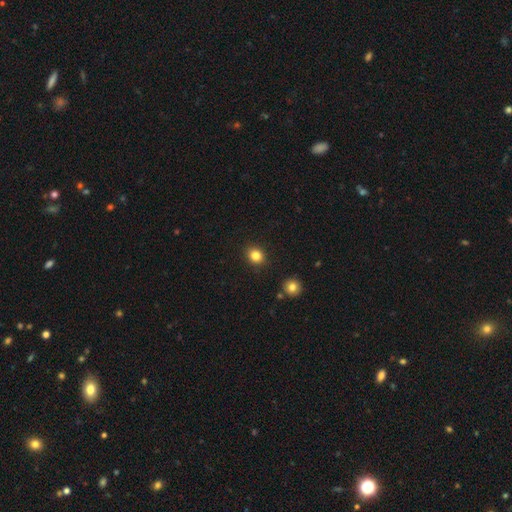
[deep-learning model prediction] Q: Smooth or featured?
A: smooth (84%); runner-up: star or artifact (11%)
Q: How rounded?
A: round (72%); runner-up: in between (27%)
Q: Merging?
A: none (90%); runner-up: minor disturbance (6%)